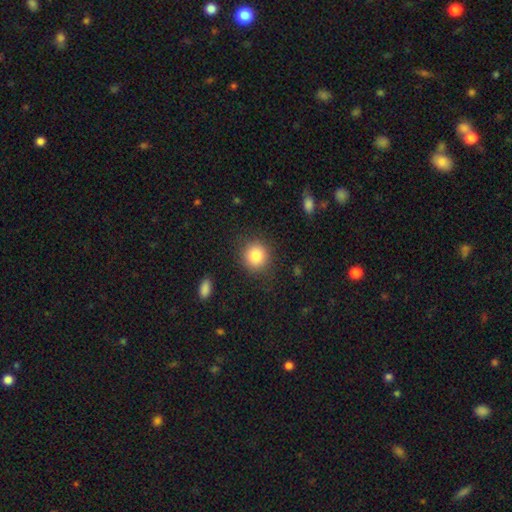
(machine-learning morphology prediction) The model was most divided on "smooth or featured": smooth: 84%, star or artifact: 10%, featured or disk: 6%. More confident: how rounded — round (88%); merging — none (87%).